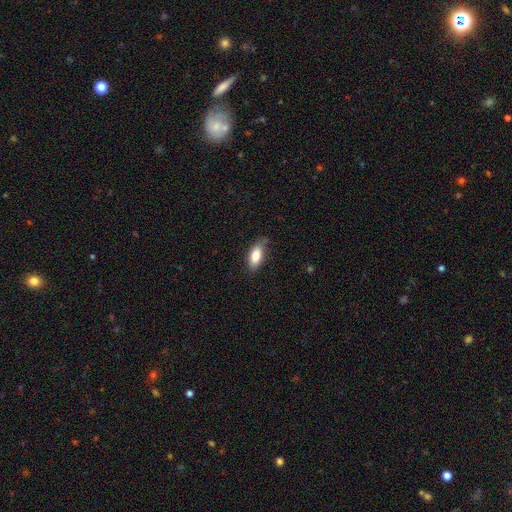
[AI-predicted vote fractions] Overall: smooth (79%). How rounded: in between (86%). Merging: none (70%).